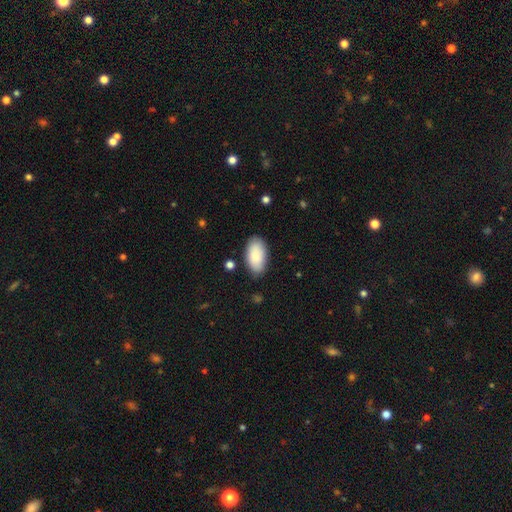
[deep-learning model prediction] Morphology: type=smooth (85%); roundness=in between (95%); merging=none (83%).